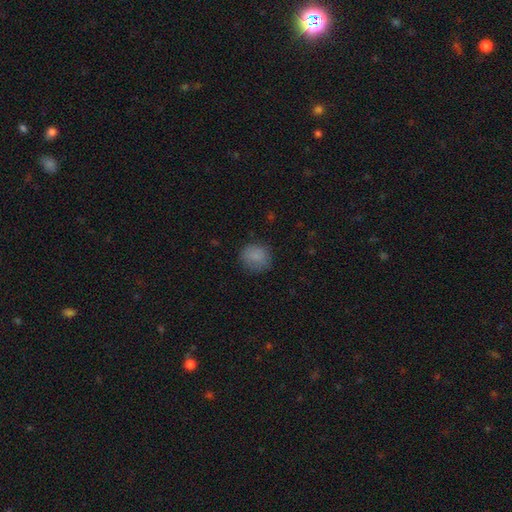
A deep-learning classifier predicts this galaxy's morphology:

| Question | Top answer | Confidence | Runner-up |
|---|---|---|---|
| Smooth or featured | smooth | 84% | star or artifact (10%) |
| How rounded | round | 80% | in between (19%) |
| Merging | none | 78% | minor disturbance (16%) |